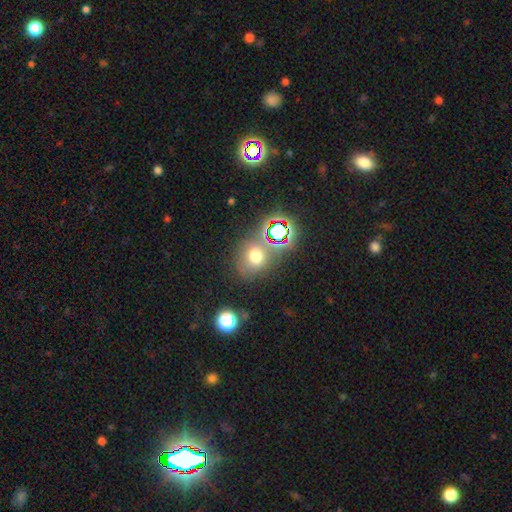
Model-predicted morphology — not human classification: The model was most divided on "how rounded": round: 63%, in between: 35%, cigar-shaped: 1%. More confident: merging — none (66%); smooth or featured — smooth (61%).